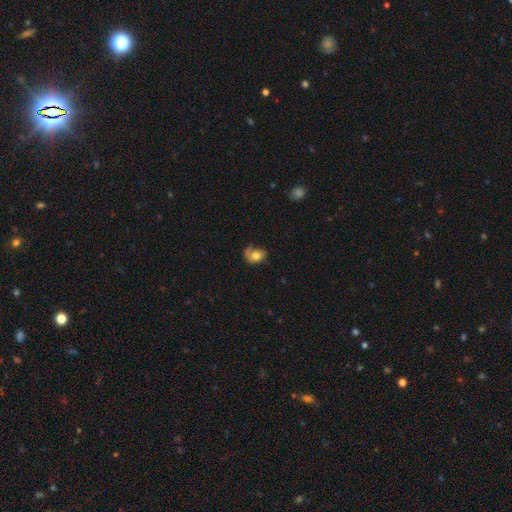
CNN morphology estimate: A smooth galaxy with no disk features (63%) that is in between round and cigar-shaped (62%).

Vote fractions:
- Smooth or featured? smooth: 63% / featured or disk: 28% / star or artifact: 9%
- How rounded? in between: 62% / round: 37% / cigar-shaped: 1%
- Merging? none: 38% / minor disturbance: 29% / major disturbance: 28% / merger: 5%